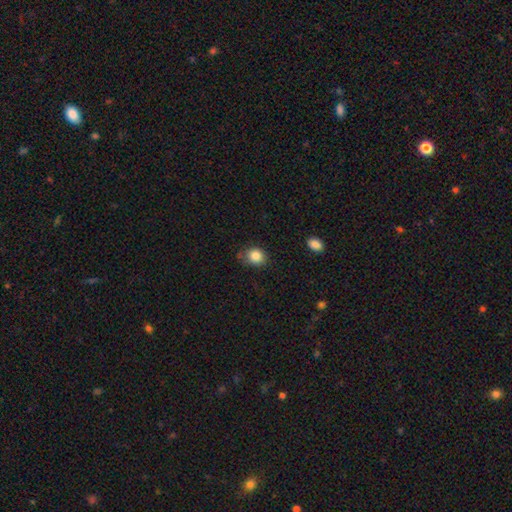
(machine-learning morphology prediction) Smooth or featured? Predicted: smooth (p=0.85). How rounded? Predicted: round (p=0.66). Merging? Predicted: none (p=0.72).